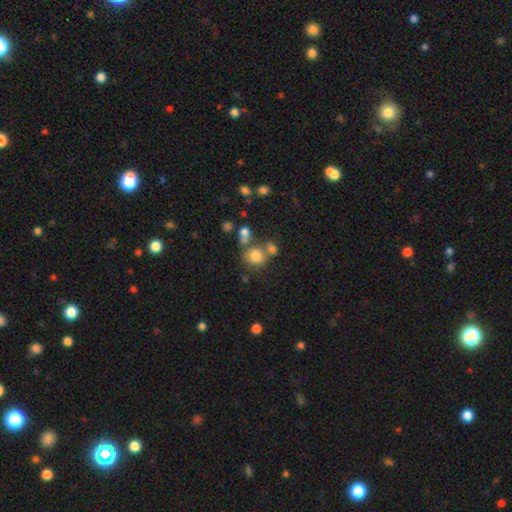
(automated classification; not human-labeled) A smooth galaxy with no disk features (76%) that is round (81%). Merging: none (55%).